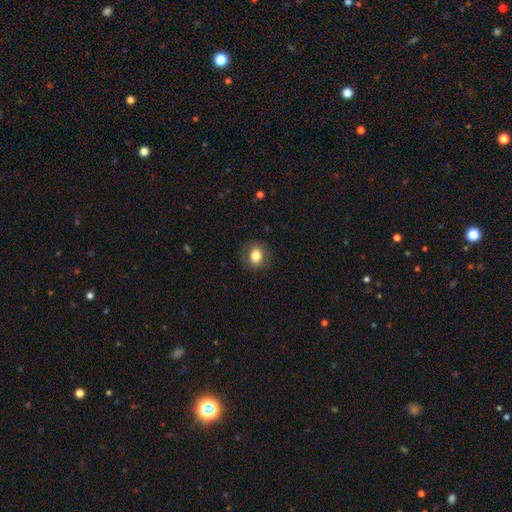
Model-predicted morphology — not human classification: smooth-or-featured: smooth: 81% | featured or disk: 10% | star or artifact: 9%
  how-rounded: round: 61% | in between: 38% | cigar-shaped: 1%
  merging: none: 84% | minor disturbance: 11% | major disturbance: 4% | merger: 1%